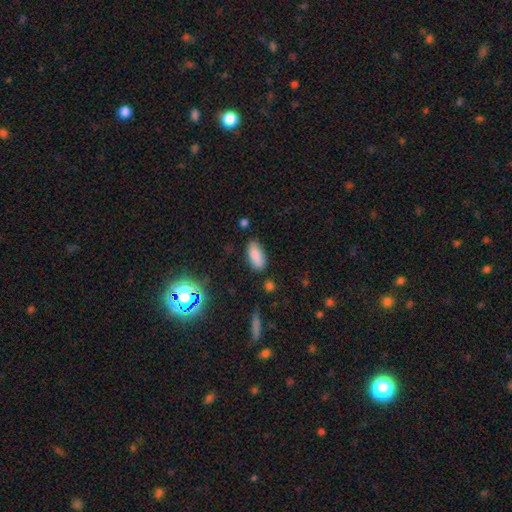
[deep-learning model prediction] This appears to be a smooth galaxy with no disk features (84%) that is in between round and cigar-shaped (88%). Merging: none (80%).